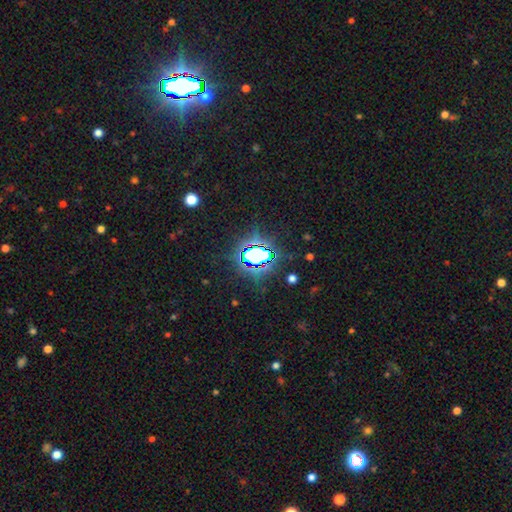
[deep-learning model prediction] Smooth or featured?
  - star or artifact: 71% *
  - smooth: 18%
  - featured or disk: 10%